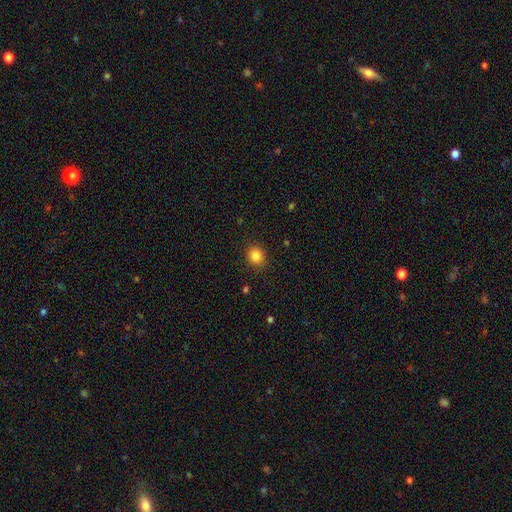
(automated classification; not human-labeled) Overall: smooth (85%). How rounded: round (81%). Merging: none (88%).